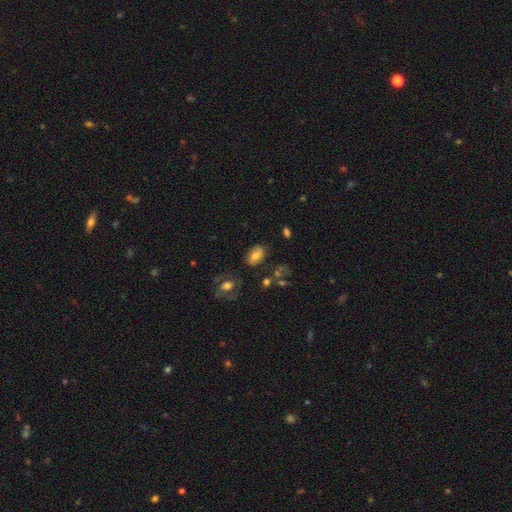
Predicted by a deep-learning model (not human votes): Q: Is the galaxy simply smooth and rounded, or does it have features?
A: smooth — 68%.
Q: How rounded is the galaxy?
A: in between — 84%.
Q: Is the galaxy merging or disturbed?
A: none — 76%.